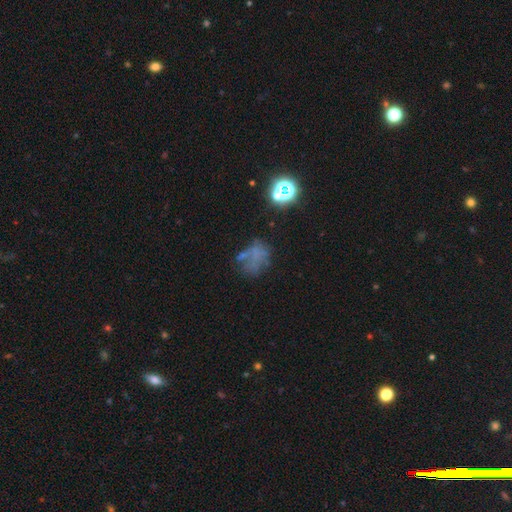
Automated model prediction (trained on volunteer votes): smooth 39%, featured or disk 32%, star or artifact 29%. Down the decision tree: merging — none (44%).